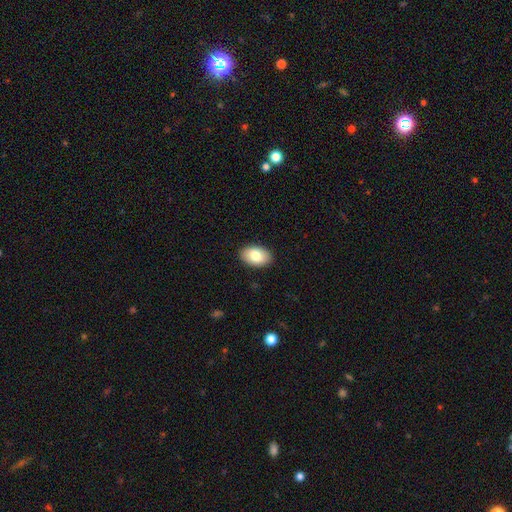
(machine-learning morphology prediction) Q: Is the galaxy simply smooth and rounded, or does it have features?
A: smooth — 82%.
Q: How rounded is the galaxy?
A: in between — 91%.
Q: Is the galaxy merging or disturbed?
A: none — 90%.